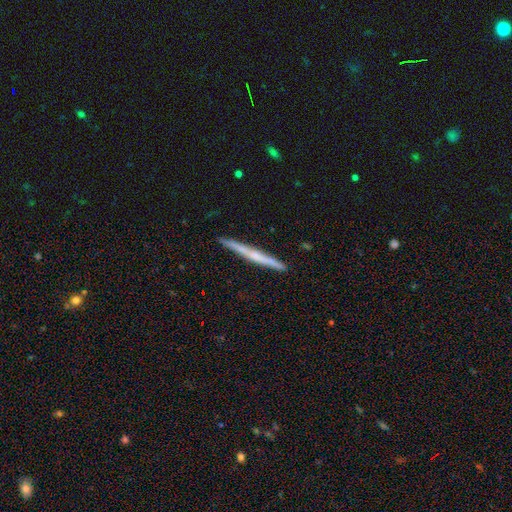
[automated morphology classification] smooth-or-featured: featured or disk: 62% | smooth: 32% | star or artifact: 6%
  disk-edge-on: yes: 98% | no: 2%
    edge-on-bulge: rounded: 47% | none: 46% | boxy: 7%
  merging: none: 92% | minor disturbance: 6% | major disturbance: 1% | merger: 1%